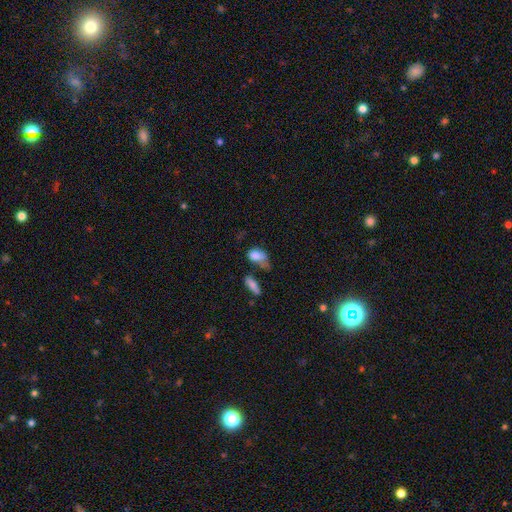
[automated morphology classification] smooth_or_featured: smooth (p=0.78) [alt: featured or disk p=0.13]
how_rounded: in between (p=0.82) [alt: round p=0.15]
merging: none (p=0.29) [alt: minor disturbance p=0.28]